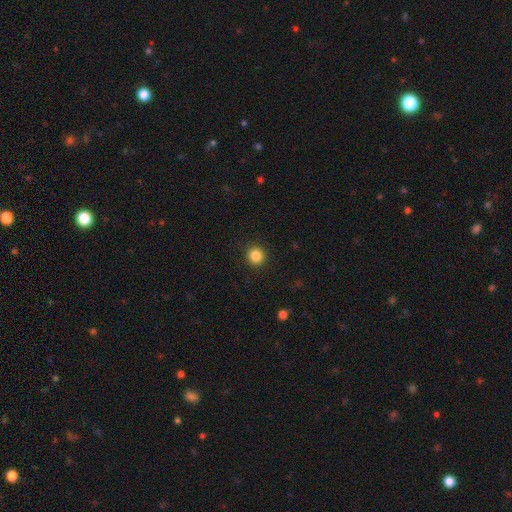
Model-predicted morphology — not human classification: smooth 86%, star or artifact 11%, featured or disk 4%. Down the decision tree: how rounded — round (91%); merging — none (91%).